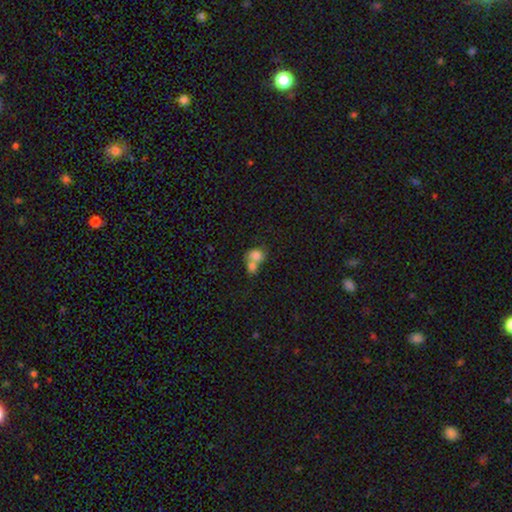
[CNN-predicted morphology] Q: Smooth or featured?
A: smooth (77%); runner-up: featured or disk (14%)
Q: How rounded?
A: round (55%); runner-up: in between (44%)
Q: Merging?
A: merger (70%); runner-up: none (19%)